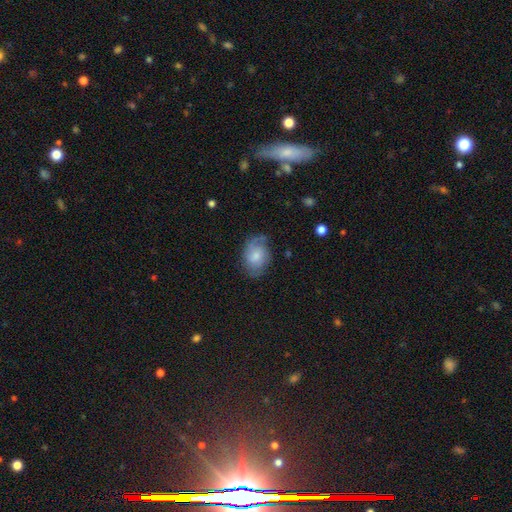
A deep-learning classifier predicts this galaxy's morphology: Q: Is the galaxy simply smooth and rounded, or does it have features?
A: smooth — 63%.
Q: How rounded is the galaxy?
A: in between — 77%.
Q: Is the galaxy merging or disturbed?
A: none — 63%.